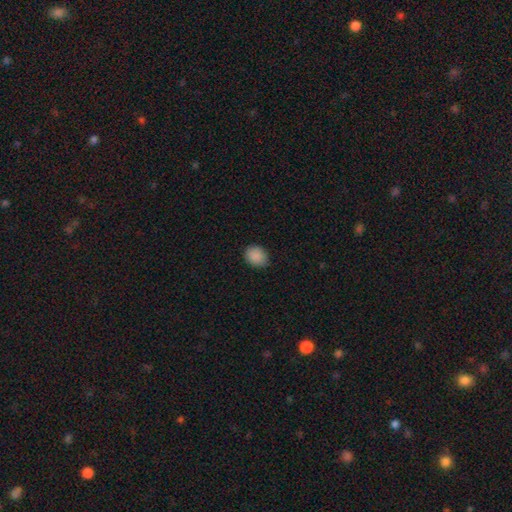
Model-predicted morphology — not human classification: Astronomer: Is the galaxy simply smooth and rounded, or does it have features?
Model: smooth — 89%.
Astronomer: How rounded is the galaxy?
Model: round — 57% (runner-up: in between, 42%).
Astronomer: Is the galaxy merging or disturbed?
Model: none — 81%.